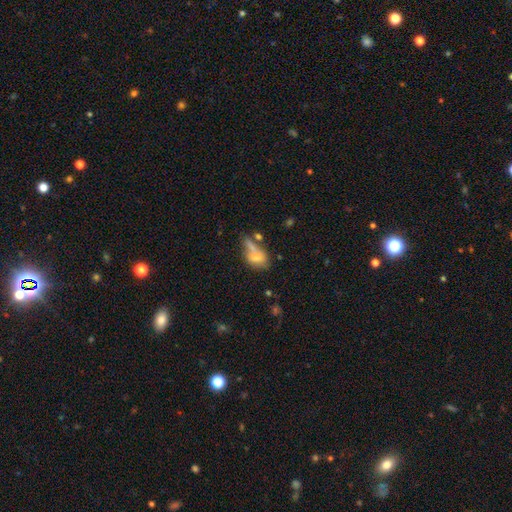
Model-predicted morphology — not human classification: Smooth or featured: smooth — 66% (featured or disk — 23%)
How rounded: in between — 77% (round — 15%)
Merging: none — 34% (merger — 32%)